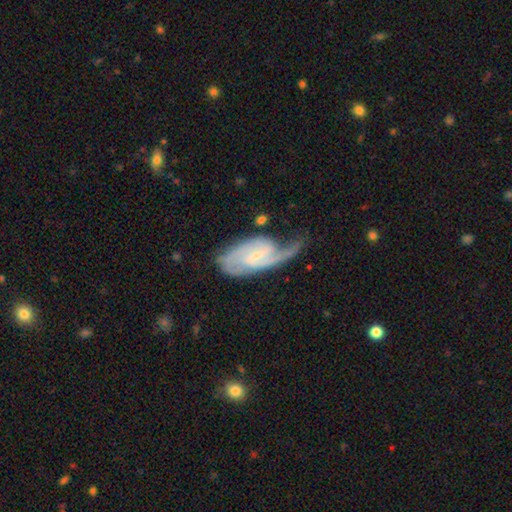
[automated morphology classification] smooth_or_featured: featured or disk (p=0.85) [alt: smooth p=0.10]
disk_edge_on: no (p=0.96) [alt: yes p=0.04]
bar: weak (p=0.46) [alt: no p=0.41]
has_spiral_arms: yes (p=0.96) [alt: no p=0.04]
spiral_winding: medium (p=0.46) [alt: tight p=0.34]
spiral_arm_count: 2 (p=0.65) [alt: 1 p=0.11]
bulge_size: small (p=0.74) [alt: moderate p=0.16]
merging: none (p=0.44) [alt: minor disturbance p=0.29]